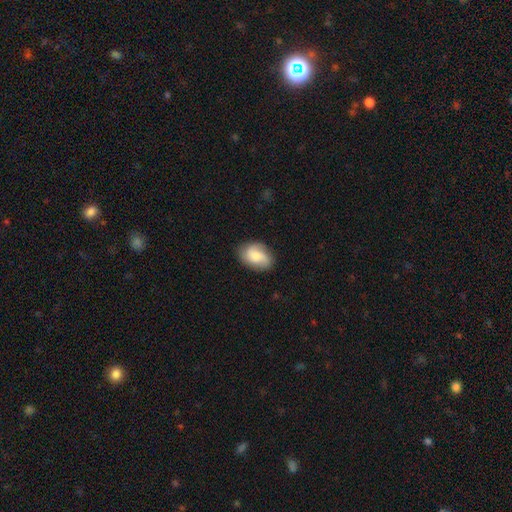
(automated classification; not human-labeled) smooth 53%, featured or disk 40%, star or artifact 7%. Down the decision tree: how rounded — in between (81%); merging — none (75%).